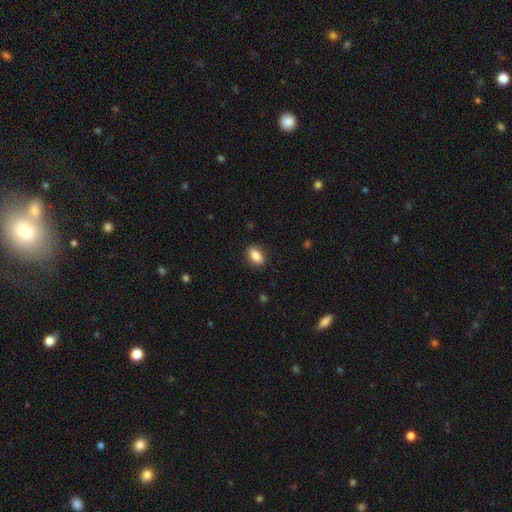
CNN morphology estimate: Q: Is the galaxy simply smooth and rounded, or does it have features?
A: smooth — 84%.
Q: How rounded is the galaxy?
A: in between — 86%.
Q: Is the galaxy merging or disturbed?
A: none — 88%.